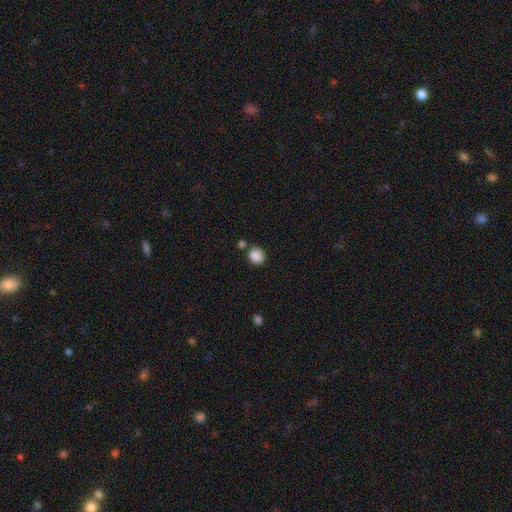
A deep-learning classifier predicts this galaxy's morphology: Smooth or featured? smooth (87%)
How rounded? round (79%)
Merging? none (73%)